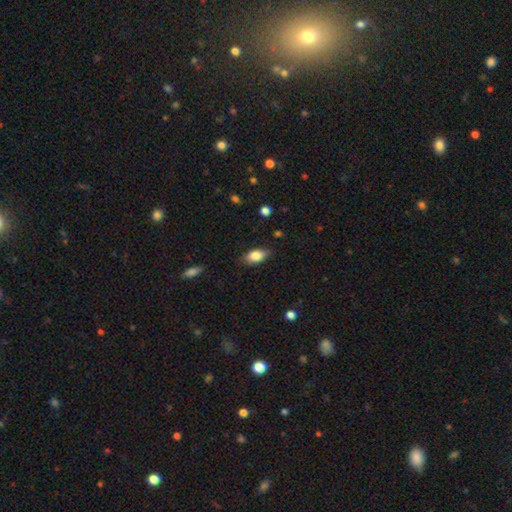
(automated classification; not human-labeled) The model was most divided on "merging": none: 81%, minor disturbance: 15%, major disturbance: 3%, merger: 1%. More confident: how rounded — in between (89%); smooth or featured — smooth (81%).